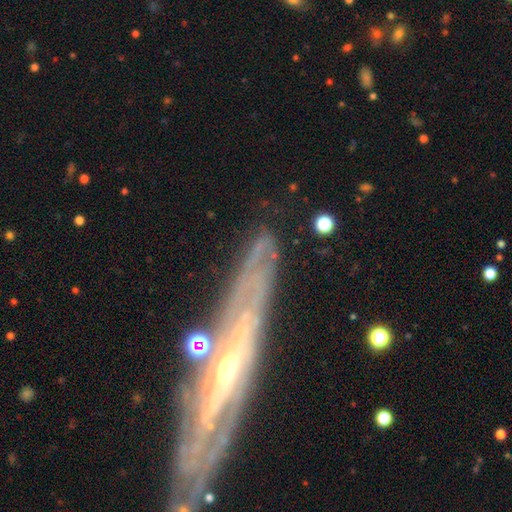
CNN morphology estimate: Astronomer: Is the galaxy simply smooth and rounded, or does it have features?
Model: featured or disk — 55%.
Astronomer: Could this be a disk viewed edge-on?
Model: no — 50%, tied with yes at 50%.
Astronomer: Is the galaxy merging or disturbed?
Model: none — 70%.